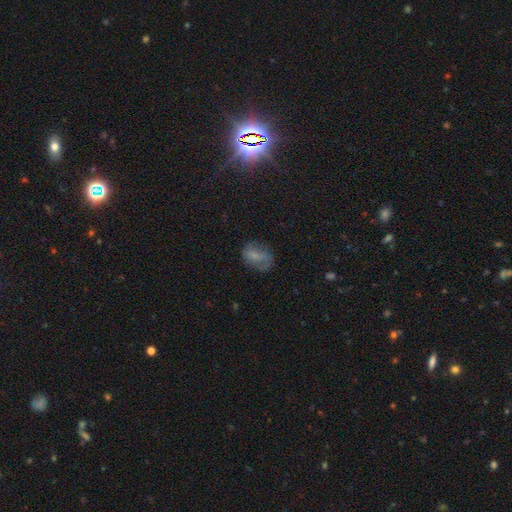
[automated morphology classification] The model was most divided on "smooth or featured": smooth: 59%, featured or disk: 30%, star or artifact: 11%. More confident: how rounded — in between (75%); merging — none (64%).